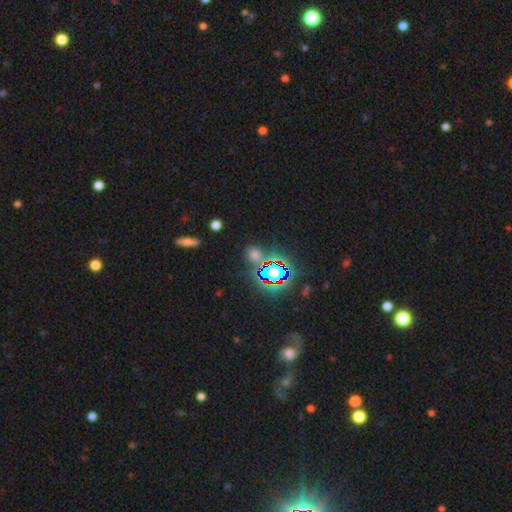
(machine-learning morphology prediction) Q: Smooth or featured?
A: star or artifact (53%); runner-up: smooth (38%)